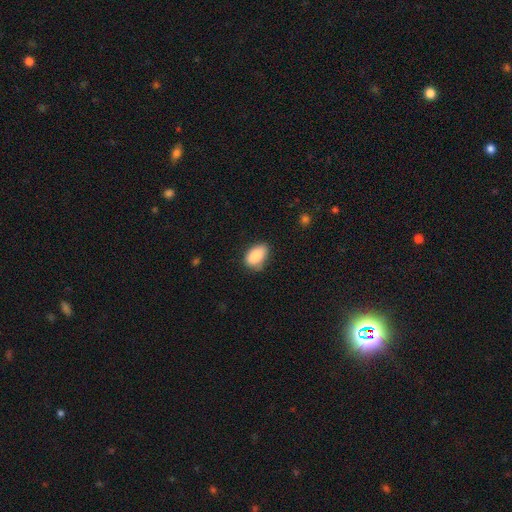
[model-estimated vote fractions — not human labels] Overall: smooth (88%). How rounded: in between (91%). Merging: none (67%; minor disturbance 27%).